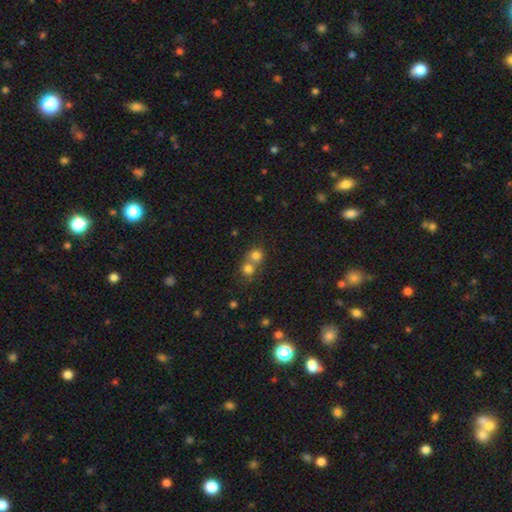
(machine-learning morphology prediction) smooth-or-featured: smooth: 75% | star or artifact: 14% | featured or disk: 12%
  how-rounded: round: 84% | in between: 15% | cigar-shaped: 1%
  merging: merger: 59% | none: 34% | minor disturbance: 5% | major disturbance: 2%